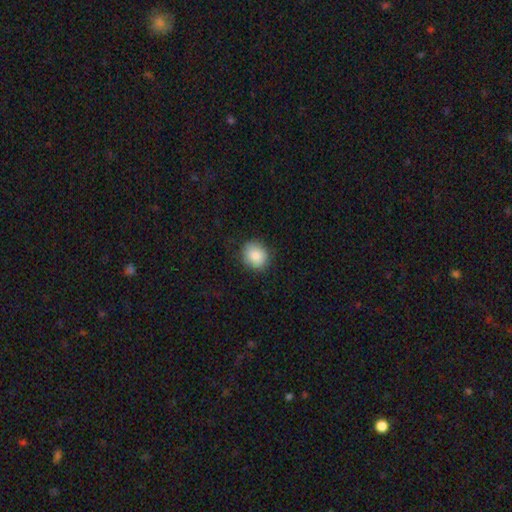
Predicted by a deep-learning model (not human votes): Q: Smooth or featured?
A: smooth (87%); runner-up: star or artifact (8%)
Q: How rounded?
A: round (74%); runner-up: in between (25%)
Q: Merging?
A: none (85%); runner-up: minor disturbance (11%)